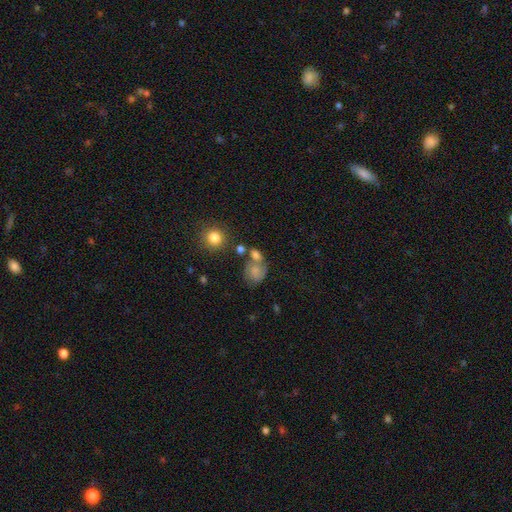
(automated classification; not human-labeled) Q: Smooth or featured?
A: smooth (64%); runner-up: featured or disk (24%)
Q: How rounded?
A: round (60%); runner-up: in between (39%)
Q: Merging?
A: none (42%); runner-up: merger (33%)